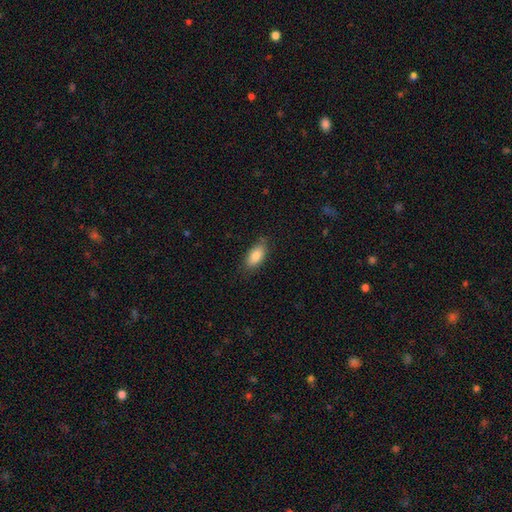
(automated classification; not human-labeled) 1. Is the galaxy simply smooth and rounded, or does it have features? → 85% smooth, 8% featured or disk, 7% star or artifact.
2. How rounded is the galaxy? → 89% in between, 8% cigar-shaped, 3% round.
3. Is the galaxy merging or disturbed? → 80% none, 16% minor disturbance, 3% major disturbance, 1% merger.